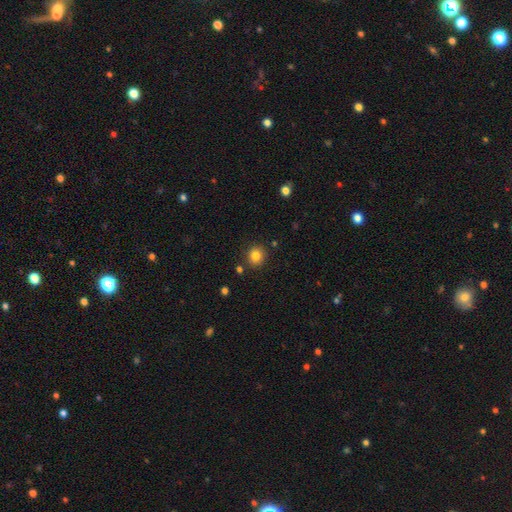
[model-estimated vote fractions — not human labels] Smooth or featured? Predicted: smooth (p=0.83). How rounded? Predicted: round (p=0.83). Merging? Predicted: none (p=0.86).